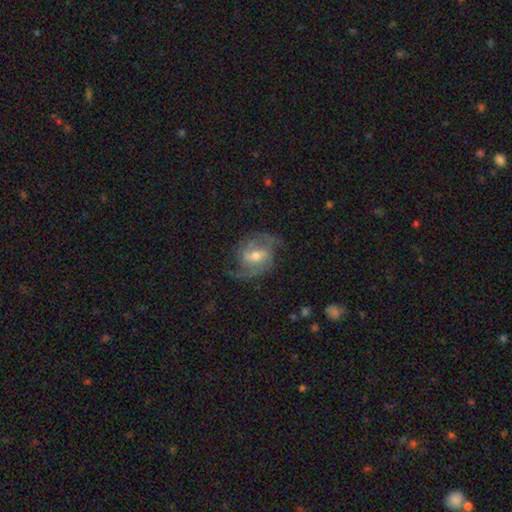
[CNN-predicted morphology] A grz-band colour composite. It shows a featured or disk galaxy (86%) with a weak bar (50%), 2 (78%) medium (51%) spiral arms (96%) and a moderate central bulge (61%). Merging: none (71%).